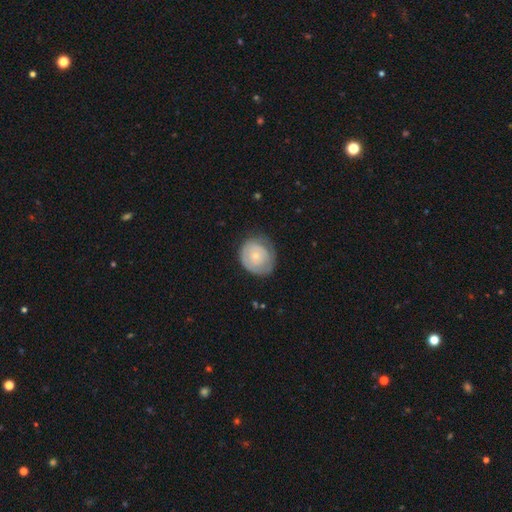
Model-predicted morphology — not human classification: This appears to be a featured or disk galaxy (50%). Merging: none (67%).